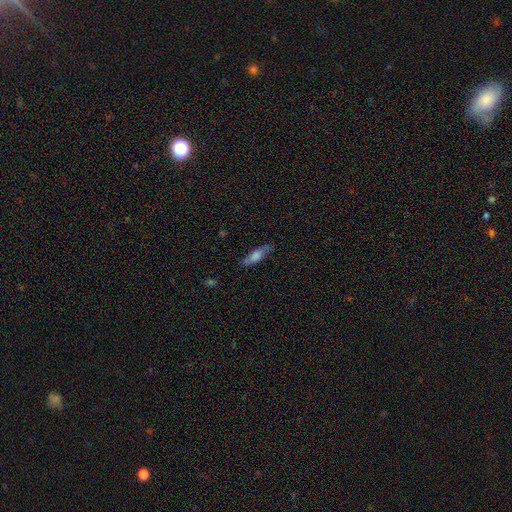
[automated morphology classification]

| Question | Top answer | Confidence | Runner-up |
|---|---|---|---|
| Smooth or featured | smooth | 65% | featured or disk (28%) |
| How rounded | cigar-shaped | 55% | in between (43%) |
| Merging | none | 80% | minor disturbance (15%) |